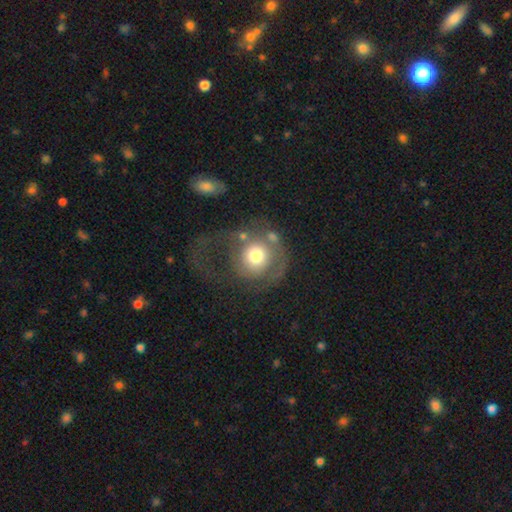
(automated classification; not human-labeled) The model was most divided on "smooth or featured": featured or disk: 47%, smooth: 45%, star or artifact: 8%. Remaining: merging — major disturbance (43%).